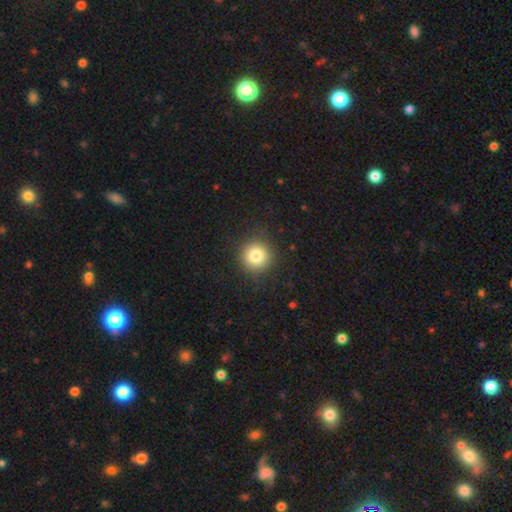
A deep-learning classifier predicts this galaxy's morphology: The model was most divided on "smooth or featured": smooth: 81%, star or artifact: 11%, featured or disk: 8%. More confident: how rounded — round (94%); merging — none (89%).